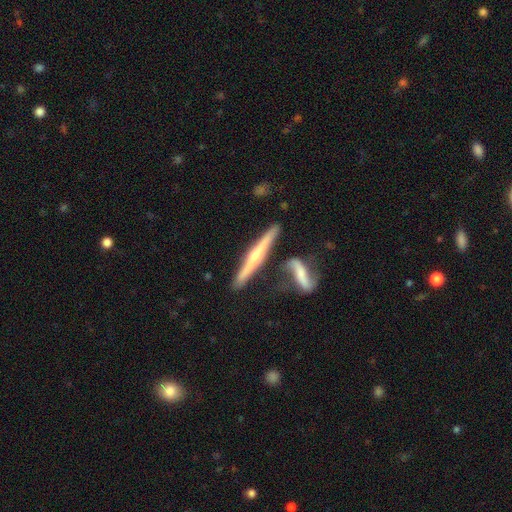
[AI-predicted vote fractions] Smooth or featured?
  - featured or disk: 74% *
  - smooth: 20%
  - star or artifact: 6%
Edge-on disk?
  - yes: 96% *
  - no: 4%
Edge-on bulge?
  - rounded: 82% *
  - none: 12%
  - boxy: 6%
Merging?
  - none: 74% *
  - minor disturbance: 11%
  - merger: 11%
  - major disturbance: 3%